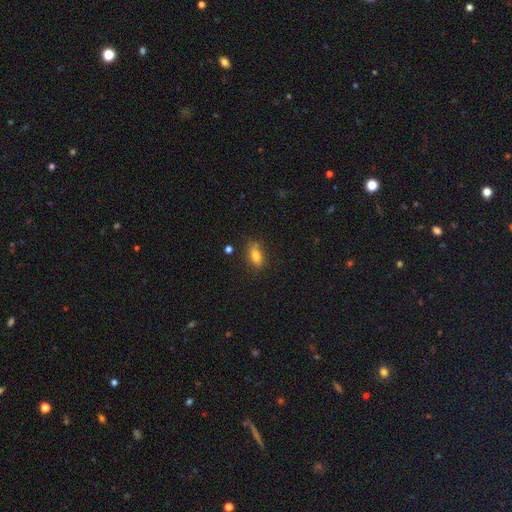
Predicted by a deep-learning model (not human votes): A smooth galaxy with no disk features (78%) that is in between round and cigar-shaped (82%). Merging: none (75%).